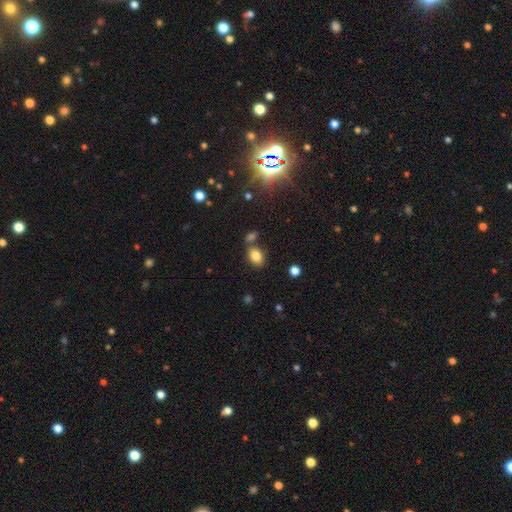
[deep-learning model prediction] Smooth or featured: smooth — 82% (star or artifact — 11%)
How rounded: in between — 77% (round — 22%)
Merging: none — 67% (merger — 17%)